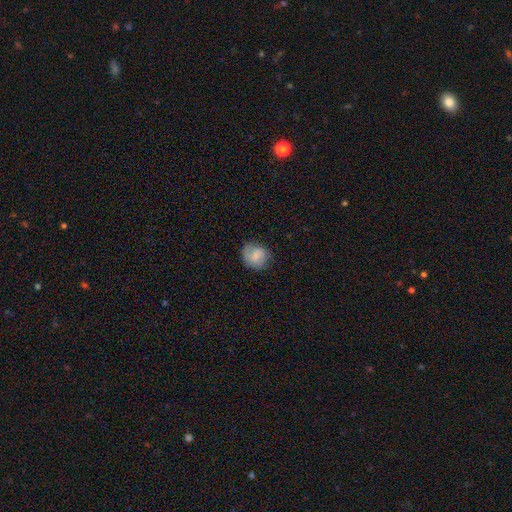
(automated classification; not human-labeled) smooth_or_featured: smooth (p=0.63) [alt: featured or disk p=0.29]
how_rounded: round (p=0.74) [alt: in between p=0.25]
merging: none (p=0.67) [alt: minor disturbance p=0.23]